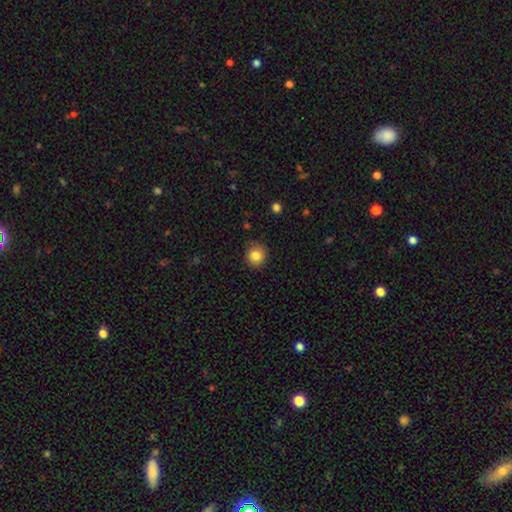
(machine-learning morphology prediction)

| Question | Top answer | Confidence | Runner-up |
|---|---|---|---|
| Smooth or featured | smooth | 84% | star or artifact (10%) |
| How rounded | round | 89% | in between (10%) |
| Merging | none | 85% | minor disturbance (11%) |